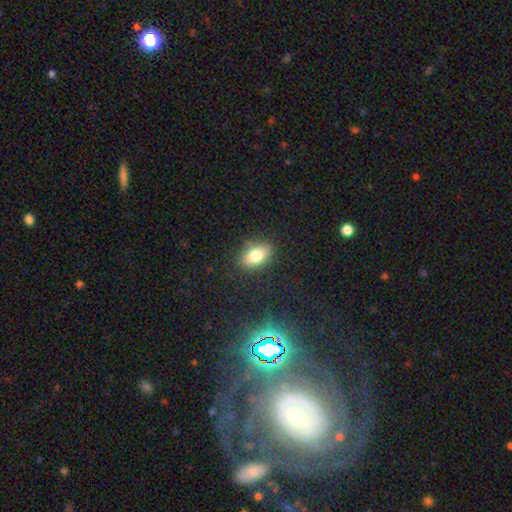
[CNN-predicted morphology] type=smooth (79%); roundness=in between (86%); merging=none (84%).